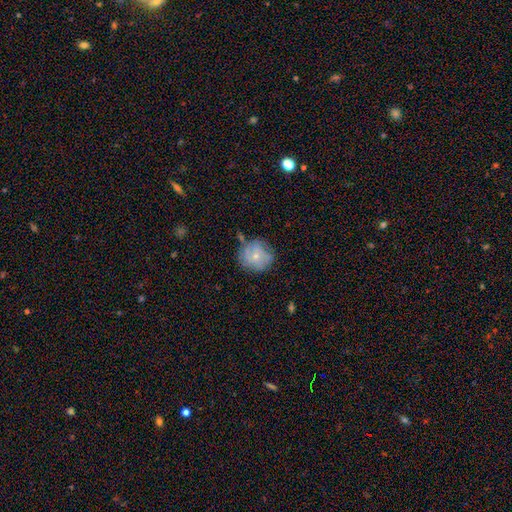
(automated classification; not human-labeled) smooth-or-featured: smooth: 50% | featured or disk: 42% | star or artifact: 8%
  merging: none: 64% | minor disturbance: 23% | major disturbance: 8% | merger: 4%